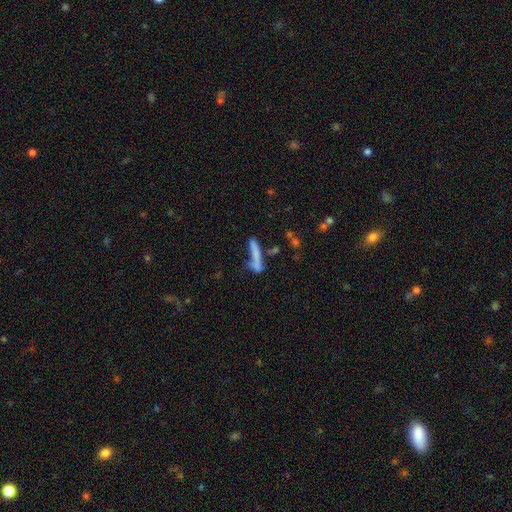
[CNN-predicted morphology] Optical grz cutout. It shows a smooth galaxy with no disk features (64%) that is cigar-shaped (87%). Merging: none (44%).